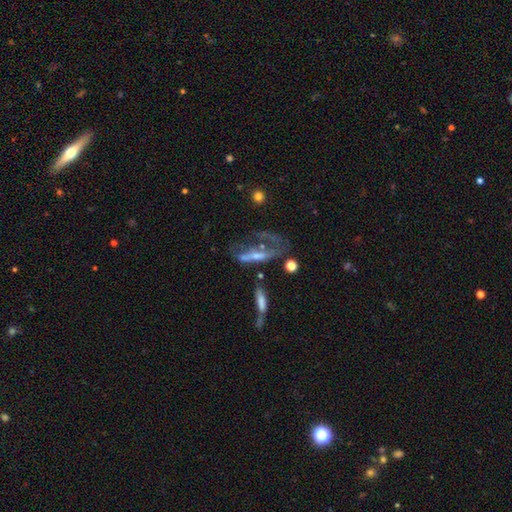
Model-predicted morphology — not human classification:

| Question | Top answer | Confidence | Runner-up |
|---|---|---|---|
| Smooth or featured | featured or disk | 54% | smooth (34%) |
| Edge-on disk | no | 74% | yes (26%) |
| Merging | major disturbance | 49% | none (20%) |